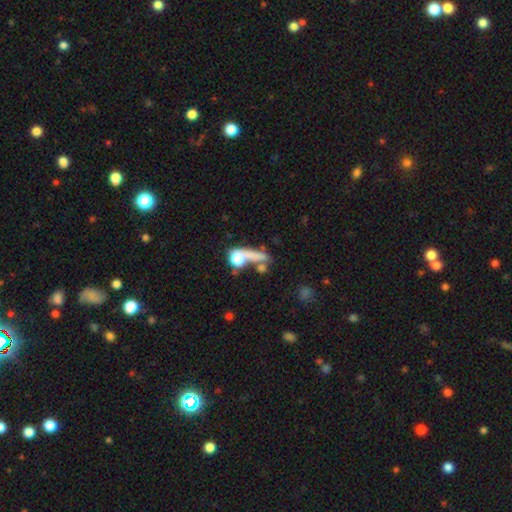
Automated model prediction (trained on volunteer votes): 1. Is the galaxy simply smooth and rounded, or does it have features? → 59% smooth, 26% featured or disk, 16% star or artifact.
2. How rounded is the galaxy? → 42% cigar-shaped, 32% round, 26% in between.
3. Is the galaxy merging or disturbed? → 35% none, 30% merger, 21% major disturbance, 13% minor disturbance.